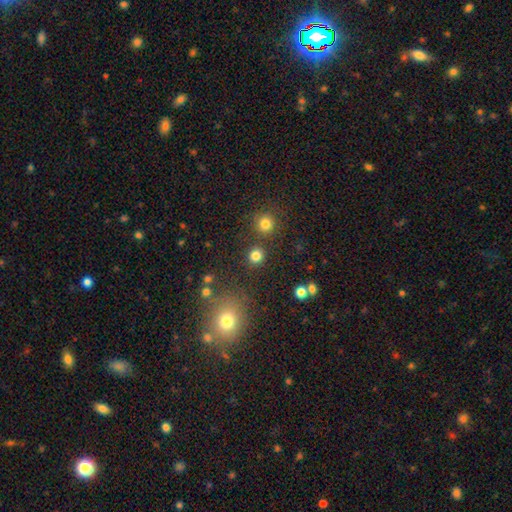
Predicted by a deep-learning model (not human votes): Smooth or featured?
  - smooth: 82% *
  - star or artifact: 14%
  - featured or disk: 4%
How rounded?
  - round: 89% *
  - in between: 10%
  - cigar-shaped: 1%
Merging?
  - none: 85% *
  - minor disturbance: 6%
  - merger: 6%
  - major disturbance: 3%